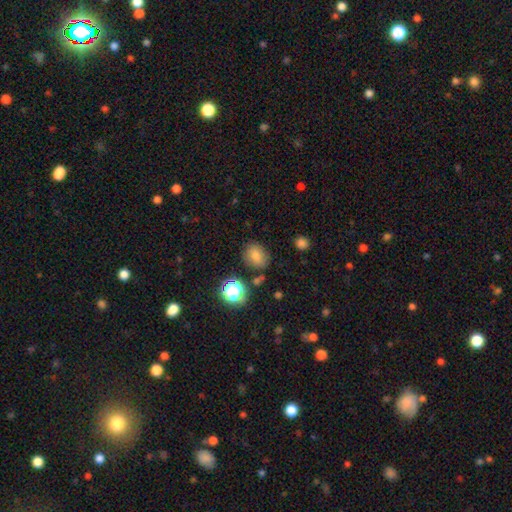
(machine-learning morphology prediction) Q: Smooth or featured?
A: smooth (72%); runner-up: star or artifact (17%)
Q: How rounded?
A: round (58%); runner-up: in between (41%)
Q: Merging?
A: none (79%); runner-up: minor disturbance (13%)